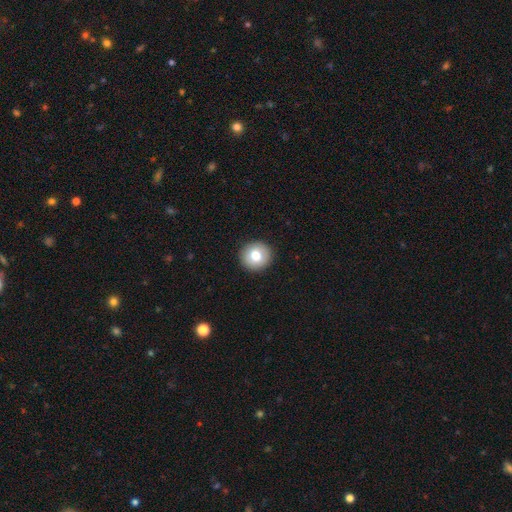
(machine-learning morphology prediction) smooth_or_featured: smooth (p=0.77) [alt: featured or disk p=0.14]
how_rounded: round (p=0.94) [alt: in between p=0.05]
merging: none (p=0.93) [alt: minor disturbance p=0.05]